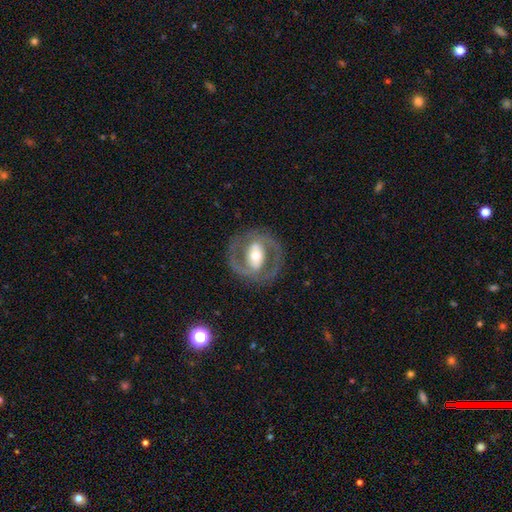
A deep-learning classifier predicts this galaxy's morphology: This appears to be a featured or disk galaxy (81%) with a strong bar (46%), 2 (88%) medium (53%) spiral arms (74%) and a moderate central bulge (66%). Merging: none (81%).